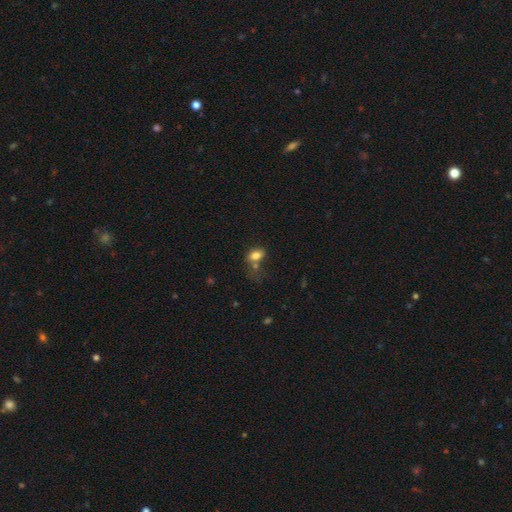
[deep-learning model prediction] This appears to be a smooth galaxy with no disk features (79%) that is in between round and cigar-shaped (81%). Merging: none (38%).